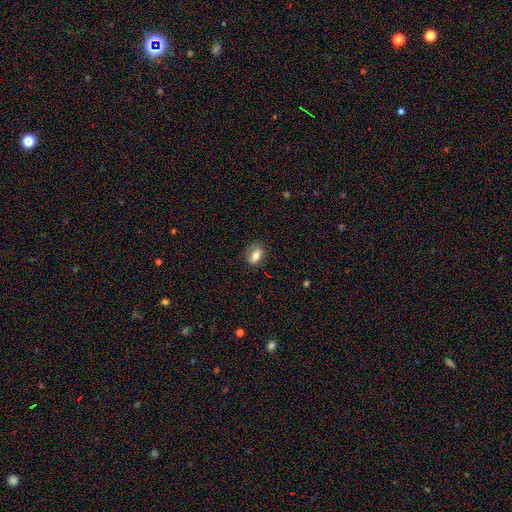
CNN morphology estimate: Smooth or featured? smooth (74%)
How rounded? in between (77%)
Merging? none (73%)